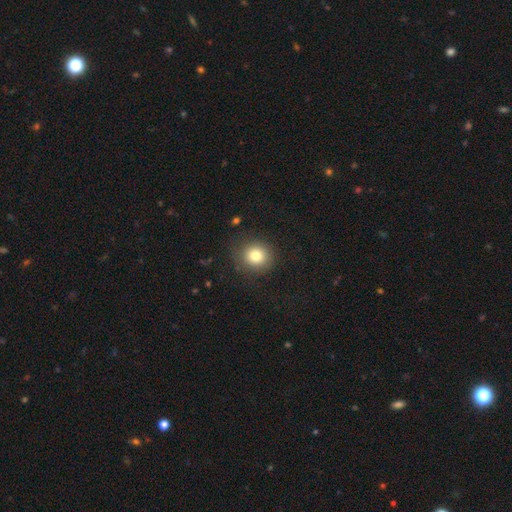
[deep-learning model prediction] A smooth galaxy with no disk features (80%) that is round (84%). Merging: none (85%).